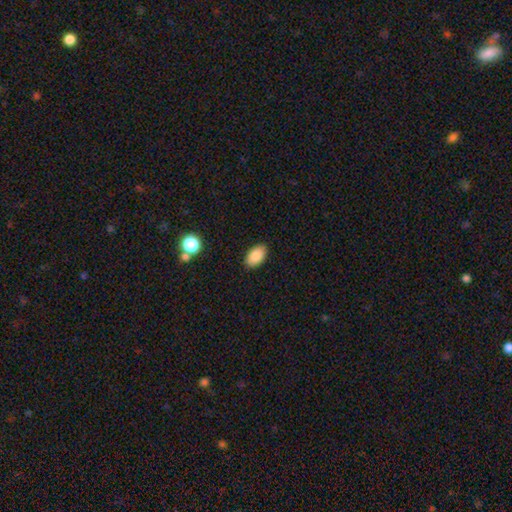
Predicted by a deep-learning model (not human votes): smooth-or-featured: smooth: 87% | star or artifact: 8% | featured or disk: 5%
  how-rounded: in between: 93% | round: 5% | cigar-shaped: 1%
  merging: none: 88% | minor disturbance: 9% | major disturbance: 2% | merger: 1%